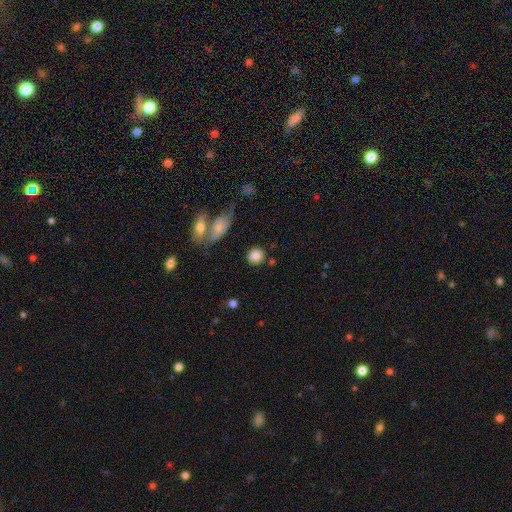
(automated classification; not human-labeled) smooth_or_featured: smooth (p=0.83) [alt: star or artifact p=0.09]
how_rounded: round (p=0.87) [alt: in between p=0.12]
merging: none (p=0.79) [alt: minor disturbance p=0.09]